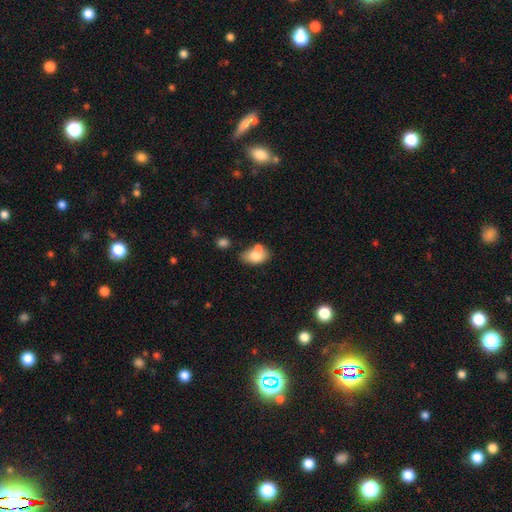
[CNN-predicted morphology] smooth-or-featured: smooth: 75% | featured or disk: 17% | star or artifact: 8%
  how-rounded: in between: 87% | round: 11% | cigar-shaped: 2%
  merging: none: 48% | merger: 29% | minor disturbance: 17% | major disturbance: 6%